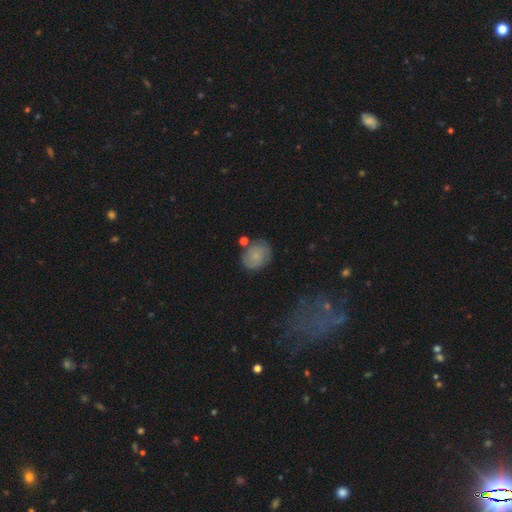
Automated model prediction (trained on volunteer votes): smooth_or_featured: smooth (p=0.56) [alt: featured or disk p=0.35]
how_rounded: round (p=0.65) [alt: in between p=0.34]
merging: none (p=0.70) [alt: minor disturbance p=0.18]